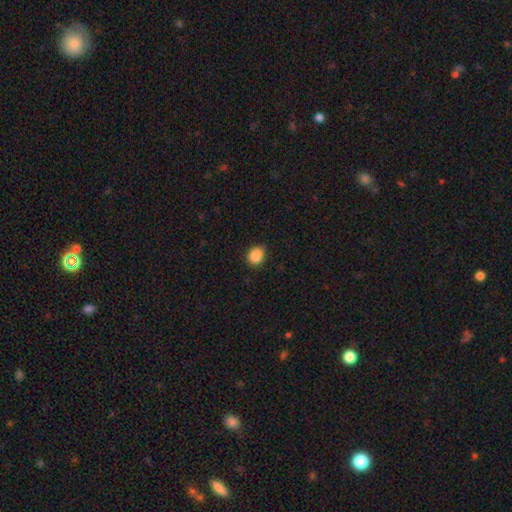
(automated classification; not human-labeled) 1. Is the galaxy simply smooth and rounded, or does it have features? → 88% smooth, 9% star or artifact, 3% featured or disk.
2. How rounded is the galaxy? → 57% round, 42% in between, 1% cigar-shaped.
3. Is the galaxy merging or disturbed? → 81% none, 15% minor disturbance, 3% major disturbance, 1% merger.